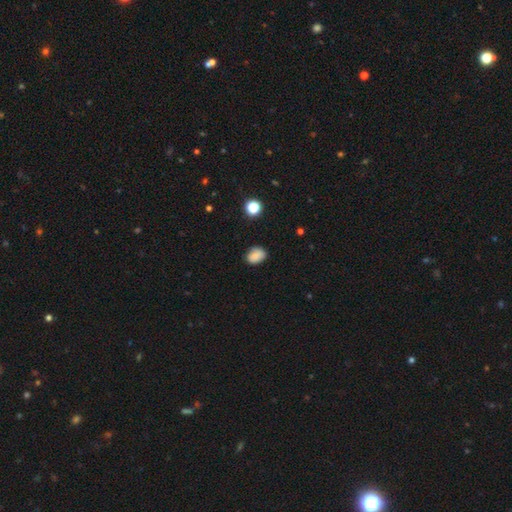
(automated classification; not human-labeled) Overall: smooth (84%). How rounded: in between (70%). Merging: none (79%).